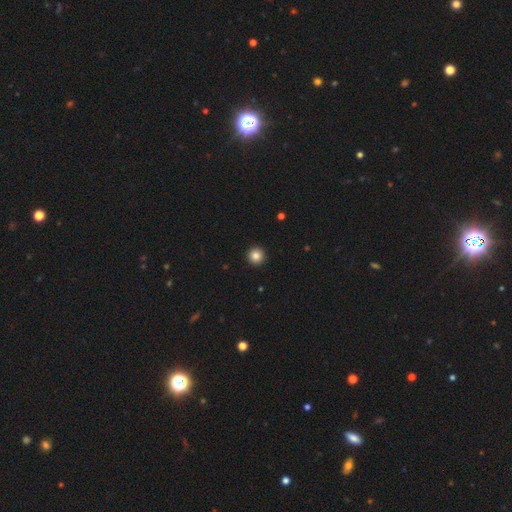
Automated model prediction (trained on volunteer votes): A smooth galaxy with no disk features (85%) that is round (96%).

Vote fractions:
- Smooth or featured? smooth: 85% / star or artifact: 10% / featured or disk: 5%
- How rounded? round: 96% / in between: 3% / cigar-shaped: 1%
- Merging? none: 94% / minor disturbance: 4% / major disturbance: 1% / merger: 1%